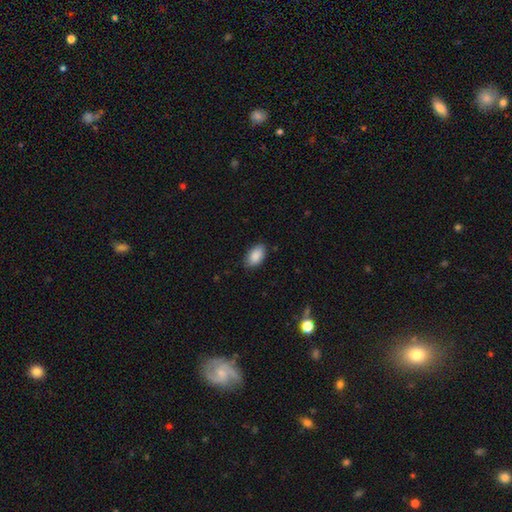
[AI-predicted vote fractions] Overall: smooth (89%). How rounded: in between (94%). Merging: none (84%).